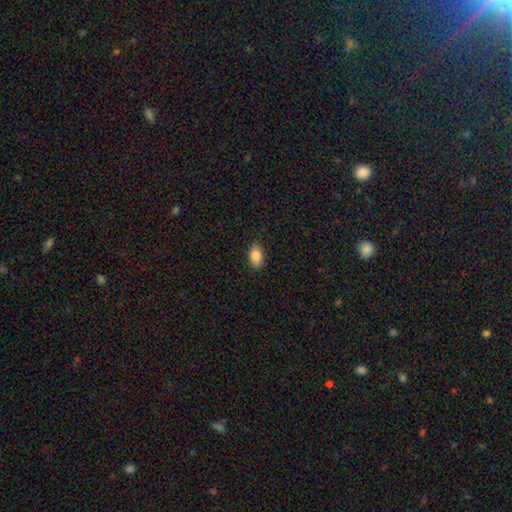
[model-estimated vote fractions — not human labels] A smooth galaxy with no disk features (87%) that is in between round and cigar-shaped (88%). Merging: none (85%).